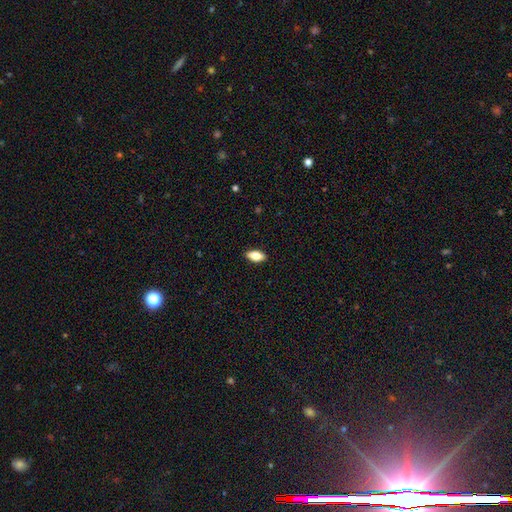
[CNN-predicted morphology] The model was most divided on "smooth or featured": smooth: 78%, featured or disk: 15%, star or artifact: 7%. More confident: merging — none (89%); how rounded — in between (88%).